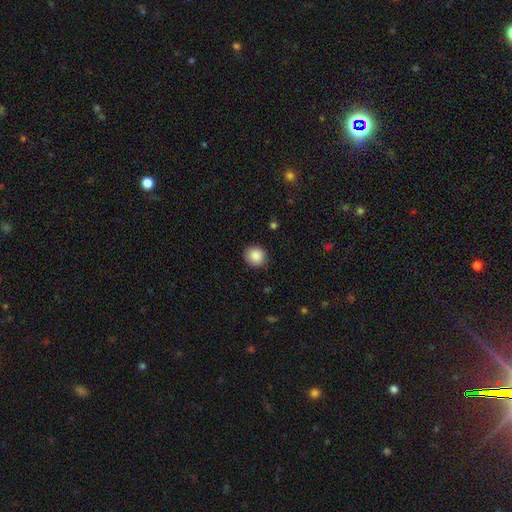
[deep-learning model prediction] smooth_or_featured: smooth (p=0.87) [alt: star or artifact p=0.08]
how_rounded: round (p=0.82) [alt: in between p=0.17]
merging: none (p=0.86) [alt: minor disturbance p=0.10]